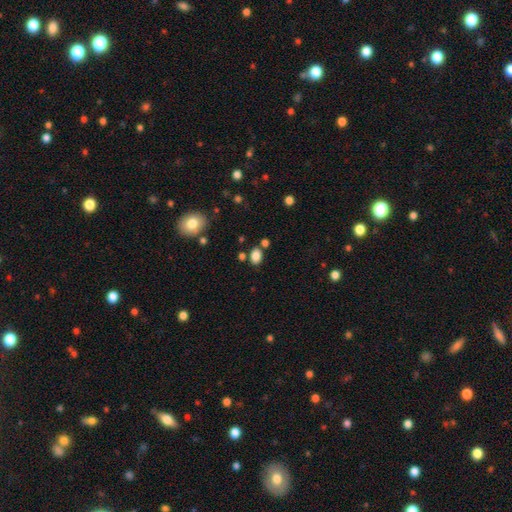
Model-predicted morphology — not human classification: Smooth or featured: smooth — 84% (star or artifact — 11%)
How rounded: in between — 80% (round — 19%)
Merging: none — 76% (minor disturbance — 12%)